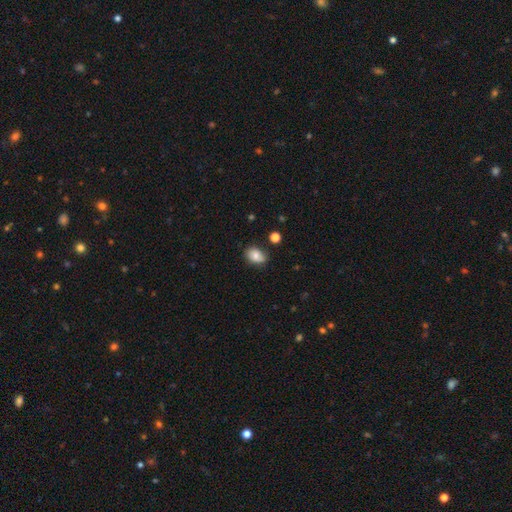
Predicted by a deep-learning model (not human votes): Smooth or featured? Predicted: smooth (p=0.79). How rounded? Predicted: in between (p=0.77). Merging? Predicted: none (p=0.73).